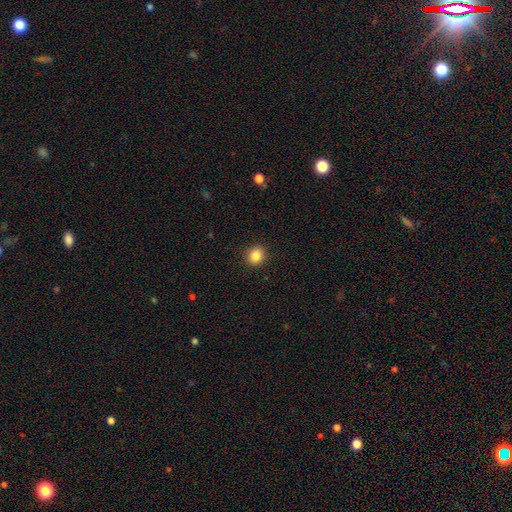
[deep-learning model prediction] Morphology: type=smooth (86%); roundness=round (75%); merging=none (91%).